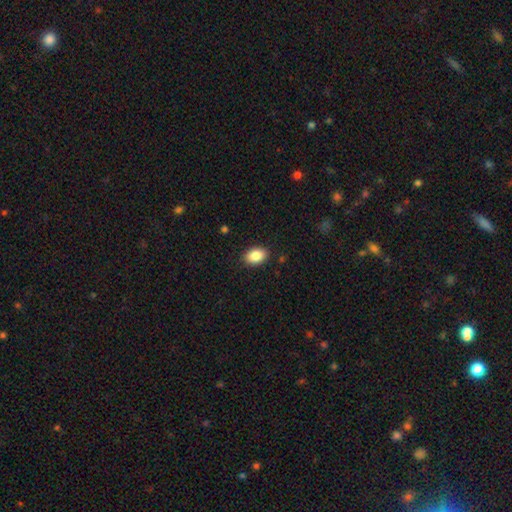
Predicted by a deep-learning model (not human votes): smooth-or-featured: smooth: 87% | star or artifact: 8% | featured or disk: 5%
  how-rounded: in between: 85% | round: 14% | cigar-shaped: 1%
  merging: none: 88% | minor disturbance: 9% | major disturbance: 2% | merger: 1%